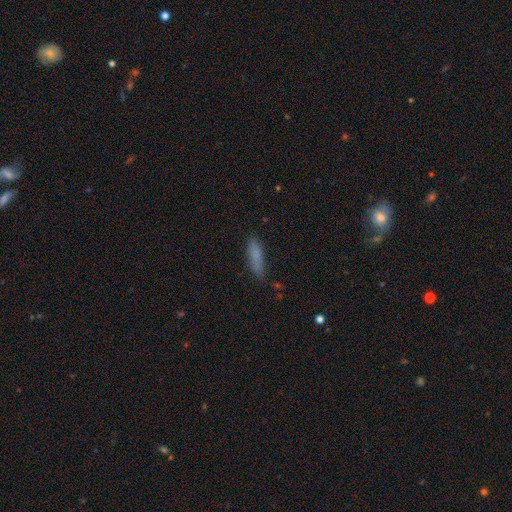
Smooth or featured: smooth — 82% (featured or disk — 10%)
How rounded: cigar-shaped — 91% (in between — 9%)
Merging: none — 97% (minor disturbance — 3%)